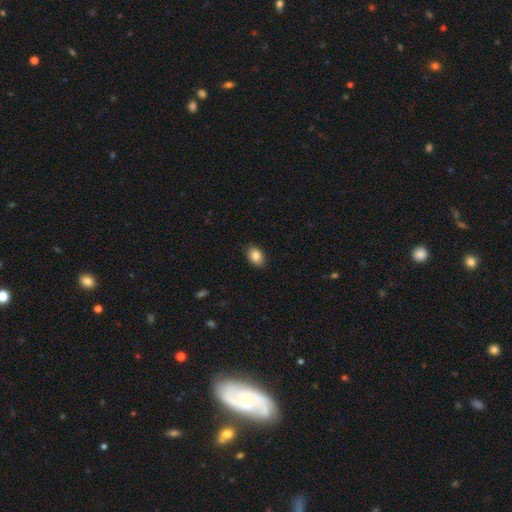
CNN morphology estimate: smooth_or_featured: smooth (p=0.85) [alt: star or artifact p=0.08]
how_rounded: in between (p=0.82) [alt: round p=0.17]
merging: none (p=0.83) [alt: minor disturbance p=0.14]